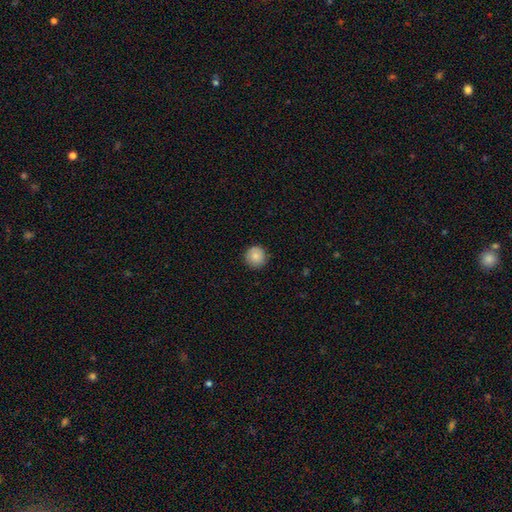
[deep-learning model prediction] Q: Smooth or featured?
A: smooth (85%); runner-up: star or artifact (8%)
Q: How rounded?
A: round (95%); runner-up: in between (4%)
Q: Merging?
A: none (90%); runner-up: minor disturbance (8%)